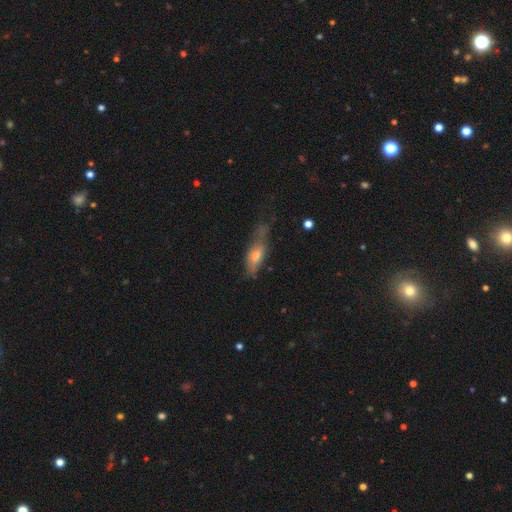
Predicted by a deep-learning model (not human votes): A smooth galaxy with no disk features (56%) that is in between round and cigar-shaped (52%).

Vote fractions:
- Smooth or featured? smooth: 56% / featured or disk: 34% / star or artifact: 10%
- How rounded? in between: 52% / cigar-shaped: 45% / round: 3%
- Merging? none: 41% / minor disturbance: 32% / major disturbance: 22% / merger: 5%